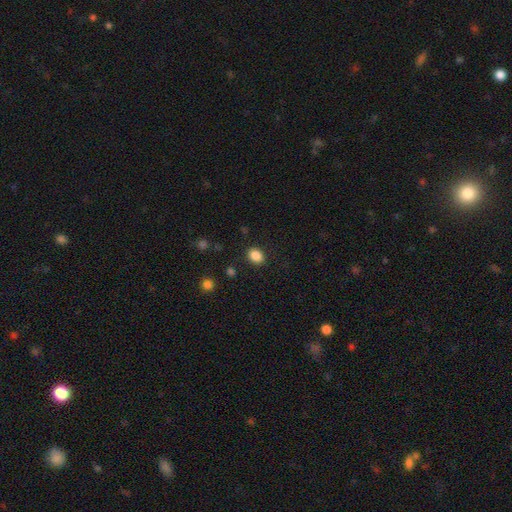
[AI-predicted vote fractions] Smooth or featured? smooth (87%)
How rounded? in between (59%)
Merging? none (87%)